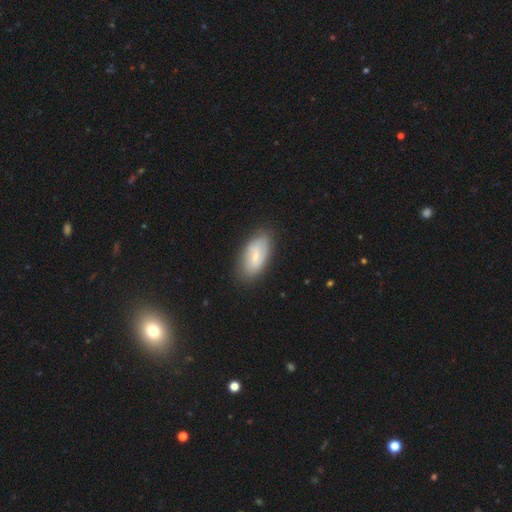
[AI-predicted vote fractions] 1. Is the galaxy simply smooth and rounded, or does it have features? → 58% smooth, 35% featured or disk, 7% star or artifact.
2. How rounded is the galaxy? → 90% in between, 7% cigar-shaped, 3% round.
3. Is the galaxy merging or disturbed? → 81% none, 15% minor disturbance, 3% major disturbance, 1% merger.